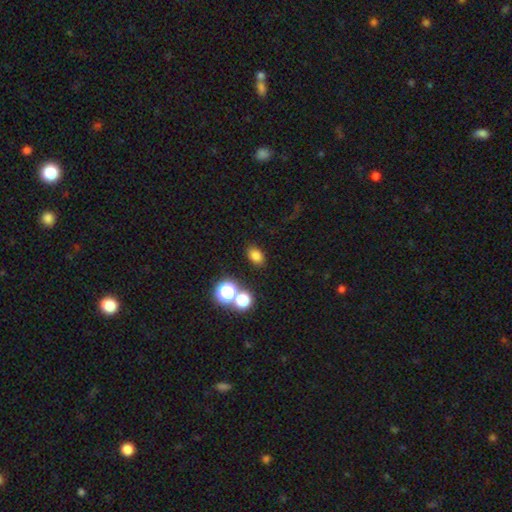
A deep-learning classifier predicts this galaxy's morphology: Overall: smooth (78%). How rounded: in between (74%). Merging: none (82%).